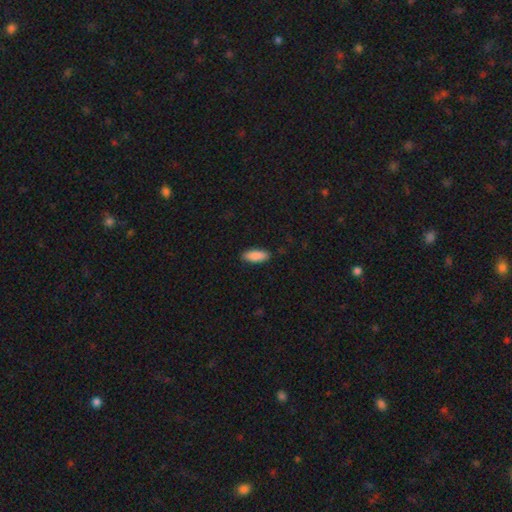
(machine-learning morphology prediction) Overall: smooth (89%). How rounded: in between (75%). Merging: none (88%).